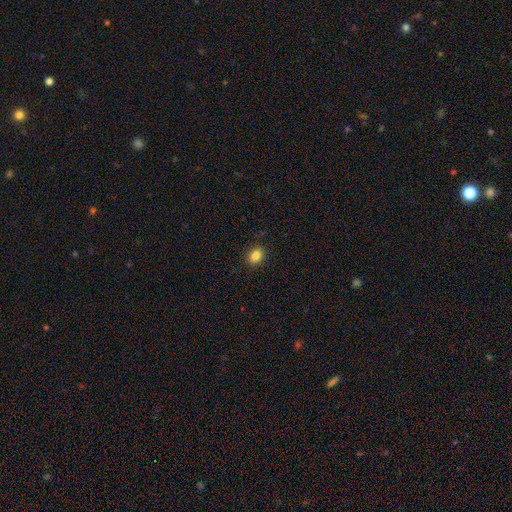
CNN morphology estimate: type=smooth (85%); roundness=in between (62%); merging=none (89%).